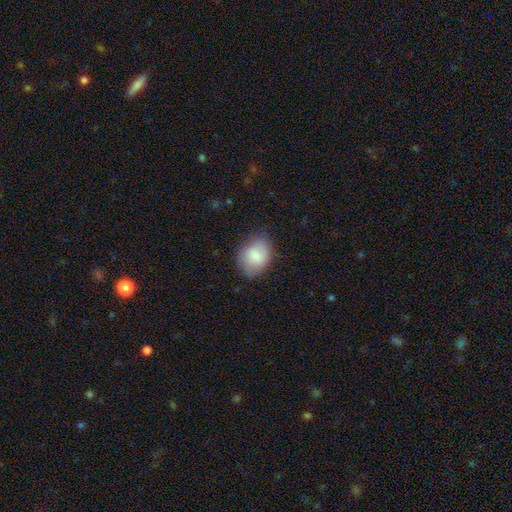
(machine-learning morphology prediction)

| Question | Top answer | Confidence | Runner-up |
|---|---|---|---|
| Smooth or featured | smooth | 79% | featured or disk (14%) |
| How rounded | in between | 64% | round (34%) |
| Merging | none | 70% | minor disturbance (23%) |